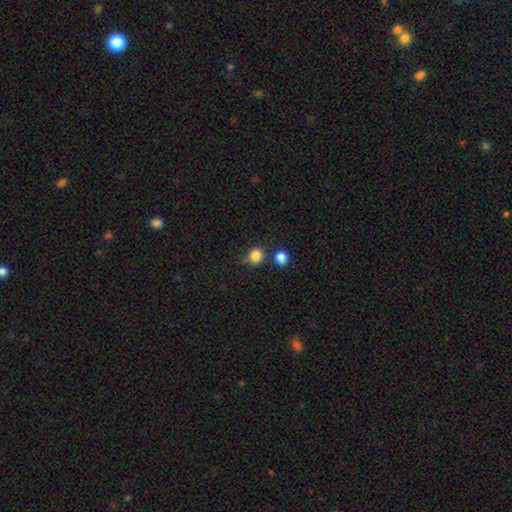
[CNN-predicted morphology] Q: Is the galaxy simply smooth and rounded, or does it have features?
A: smooth — 84%.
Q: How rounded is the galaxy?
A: round — 86%.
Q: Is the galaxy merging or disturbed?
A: none — 68%.